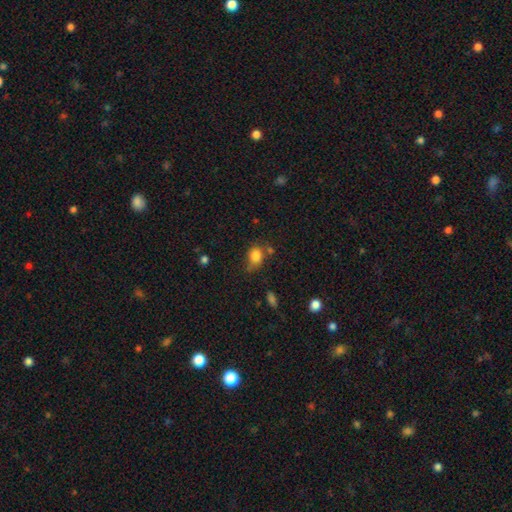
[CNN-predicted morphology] A smooth galaxy with no disk features (83%) that is in between round and cigar-shaped (52%).

Vote fractions:
- Smooth or featured? smooth: 83% / star or artifact: 10% / featured or disk: 7%
- How rounded? in between: 52% / round: 47% / cigar-shaped: 1%
- Merging? none: 55% / minor disturbance: 26% / merger: 10% / major disturbance: 9%